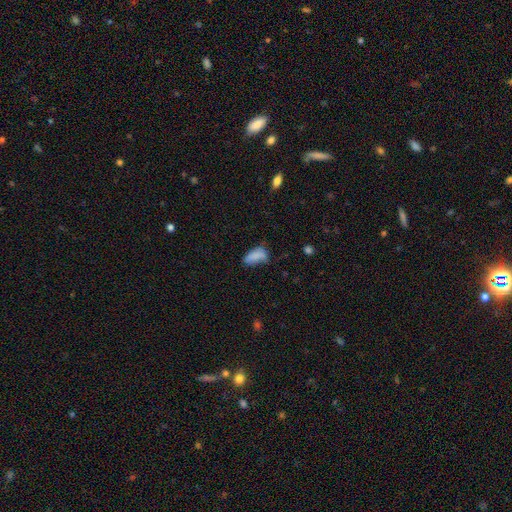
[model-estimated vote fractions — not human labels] Smooth or featured? smooth (79%)
How rounded? in between (88%)
Merging? none (39%)